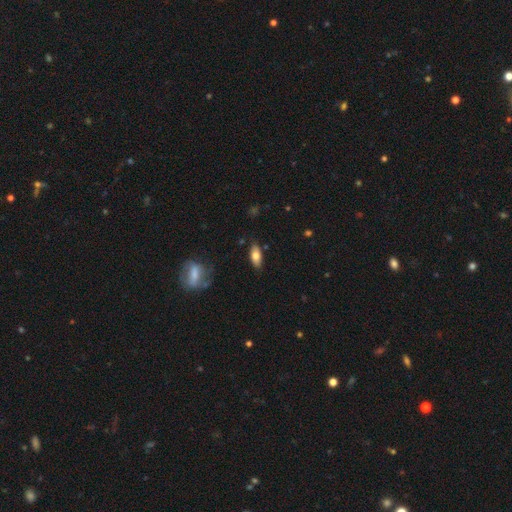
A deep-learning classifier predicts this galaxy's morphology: smooth 74%, featured or disk 19%, star or artifact 7%. Down the decision tree: how rounded — in between (85%); merging — none (83%).